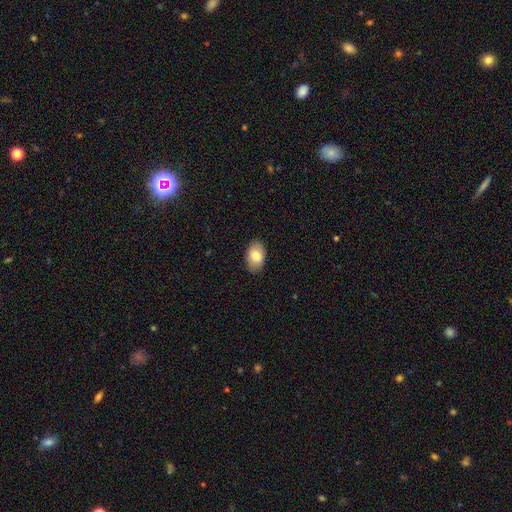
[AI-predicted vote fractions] This appears to be a smooth galaxy with no disk features (80%) that is in between round and cigar-shaped (90%). Merging: none (87%).